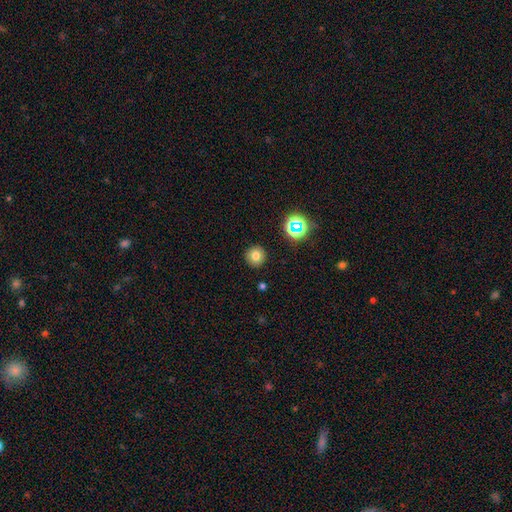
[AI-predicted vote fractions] This is likely a smooth galaxy (75%). How rounded: clearly round (94%). Merging: clearly none (91%).